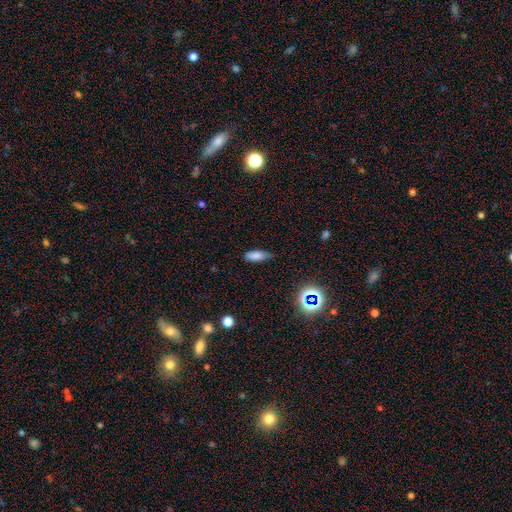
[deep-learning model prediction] This is likely a smooth galaxy (79%). How rounded: likely in between (69%). Merging: possibly none (59%).